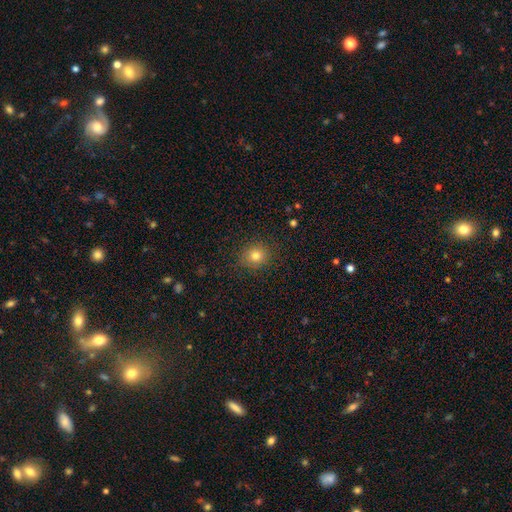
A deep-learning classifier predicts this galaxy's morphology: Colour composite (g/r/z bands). It shows a smooth galaxy with no disk features (80%) that is round (86%). Merging: none (87%).